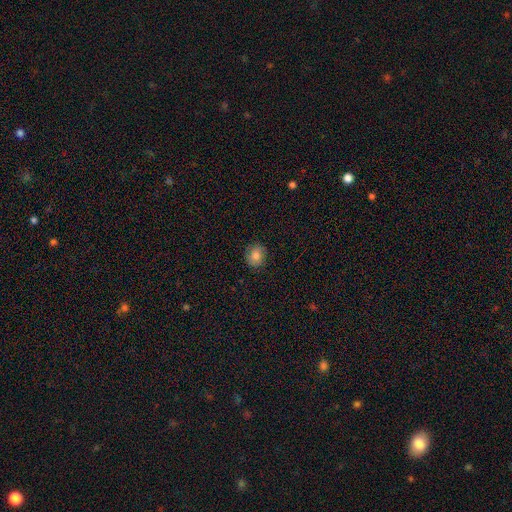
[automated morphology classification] This appears to be a smooth galaxy with no disk features (77%) that is round (75%). Merging: none (84%).